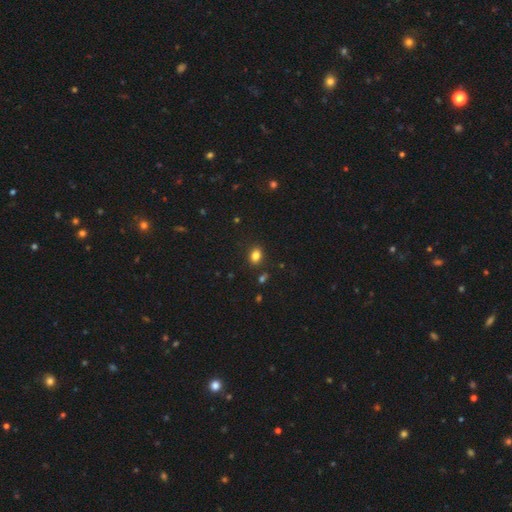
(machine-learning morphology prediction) smooth 82%, star or artifact 12%, featured or disk 6%. Down the decision tree: how rounded — in between (71%); merging — none (85%).